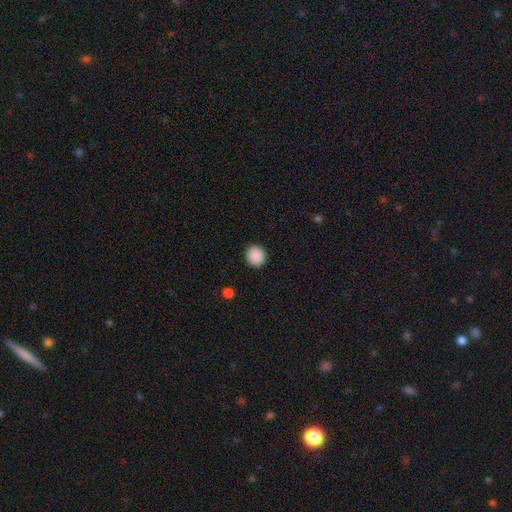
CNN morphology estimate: A smooth galaxy with no disk features (90%) that is round (90%). Merging: none (92%).